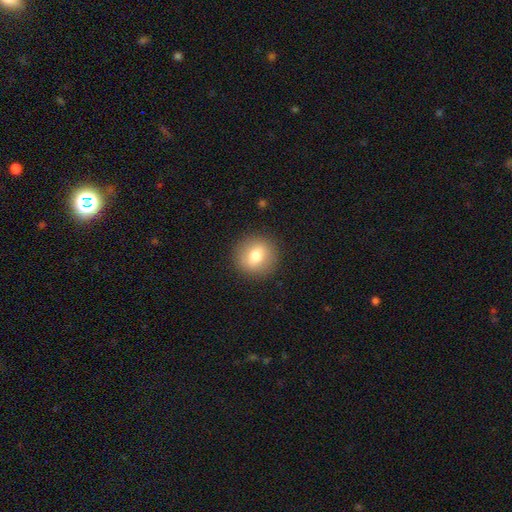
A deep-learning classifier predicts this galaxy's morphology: Smooth or featured?
  - smooth: 72% *
  - featured or disk: 19%
  - star or artifact: 9%
How rounded?
  - round: 90% *
  - in between: 9%
  - cigar-shaped: 1%
Merging?
  - none: 90% *
  - minor disturbance: 7%
  - major disturbance: 2%
  - merger: 1%